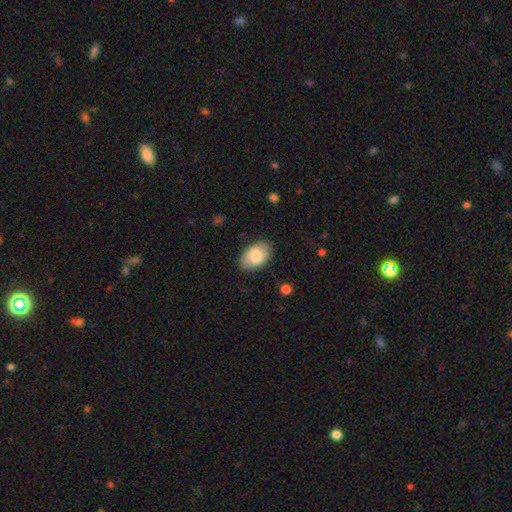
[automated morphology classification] A smooth galaxy with no disk features (76%) that is in between round and cigar-shaped (93%).

Vote fractions:
- Smooth or featured? smooth: 76% / featured or disk: 18% / star or artifact: 6%
- How rounded? in between: 93% / round: 6% / cigar-shaped: 1%
- Merging? none: 84% / minor disturbance: 12% / major disturbance: 3% / merger: 1%